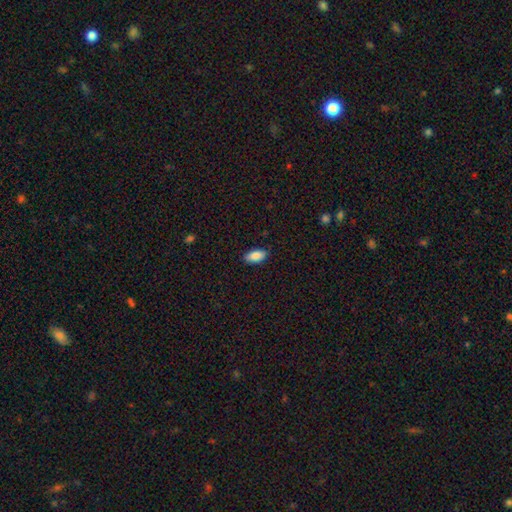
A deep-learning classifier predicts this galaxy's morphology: A smooth galaxy with no disk features (88%) that is in between round and cigar-shaped (92%). Merging: none (87%).